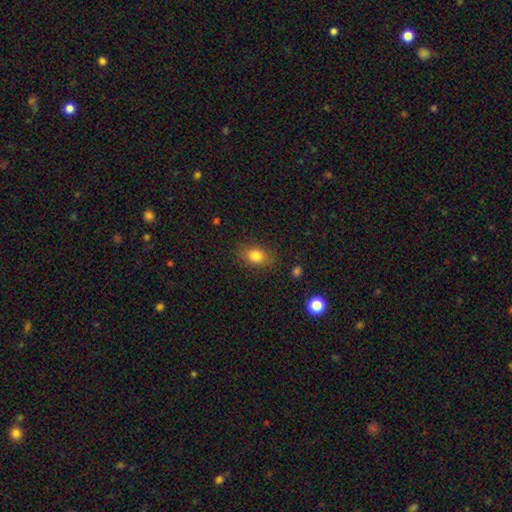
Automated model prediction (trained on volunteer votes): Overall: smooth (82%). How rounded: in between (68%; round 30%). Merging: none (83%).